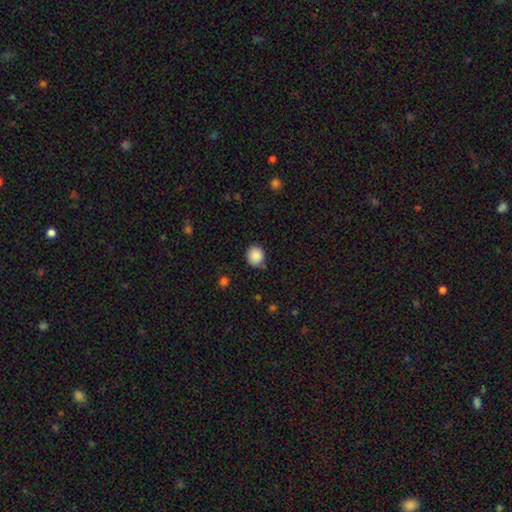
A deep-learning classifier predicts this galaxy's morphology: smooth 88%, star or artifact 9%, featured or disk 3%. Down the decision tree: how rounded — round (83%); merging — none (81%).